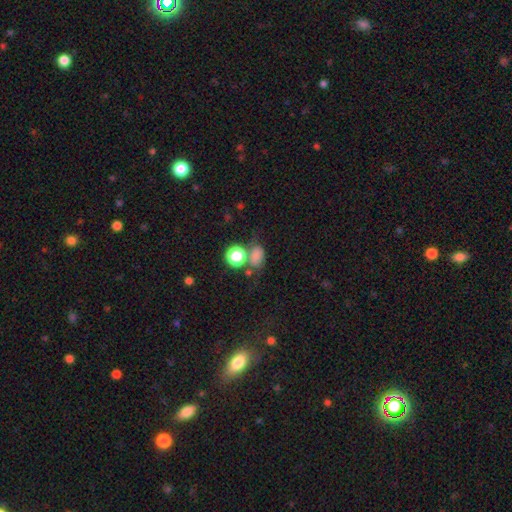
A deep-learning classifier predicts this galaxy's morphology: Q: Smooth or featured?
A: smooth (74%); runner-up: star or artifact (18%)
Q: How rounded?
A: in between (61%); runner-up: round (37%)
Q: Merging?
A: none (53%); runner-up: merger (21%)